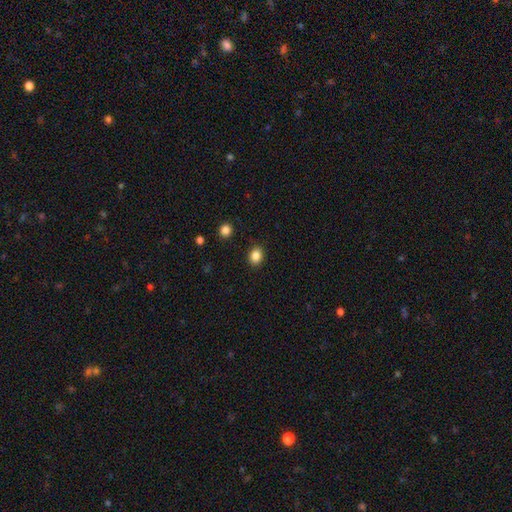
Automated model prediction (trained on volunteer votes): This is clearly a smooth galaxy (86%). How rounded: possibly round (51%). Merging: clearly none (87%).